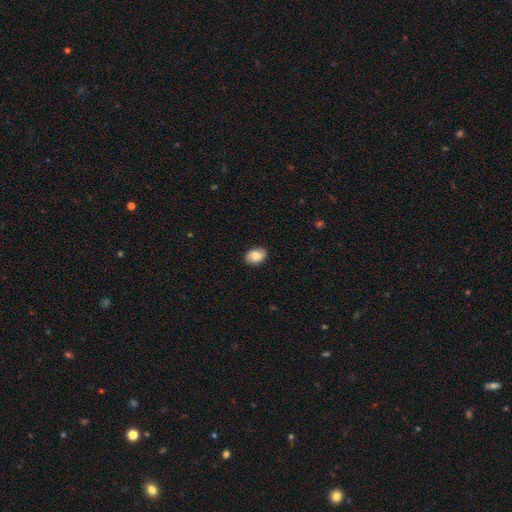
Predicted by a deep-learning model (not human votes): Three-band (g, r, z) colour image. It shows a smooth galaxy with no disk features (81%) that is in between round and cigar-shaped (78%). Merging: none (87%).